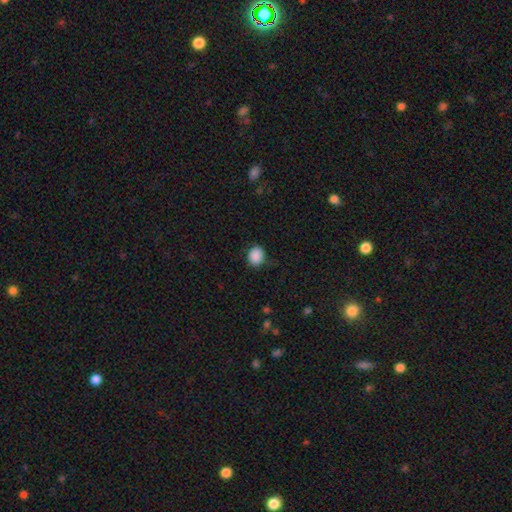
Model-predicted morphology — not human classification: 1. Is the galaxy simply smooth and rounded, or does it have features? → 89% smooth, 8% star or artifact, 3% featured or disk.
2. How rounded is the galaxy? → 68% round, 31% in between, 1% cigar-shaped.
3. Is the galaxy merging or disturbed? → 82% none, 14% minor disturbance, 3% major disturbance, 1% merger.